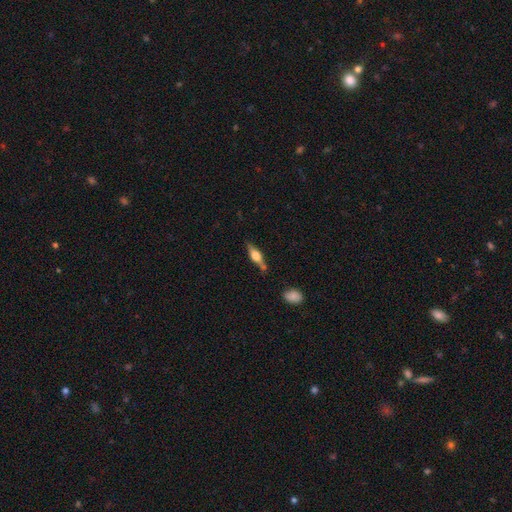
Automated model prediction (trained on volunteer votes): smooth-or-featured: featured or disk: 59% | smooth: 34% | star or artifact: 7%
  disk-edge-on: yes: 94% | no: 6%
    edge-on-bulge: rounded: 89% | boxy: 9% | none: 2%
  merging: none: 72% | minor disturbance: 15% | merger: 9% | major disturbance: 4%